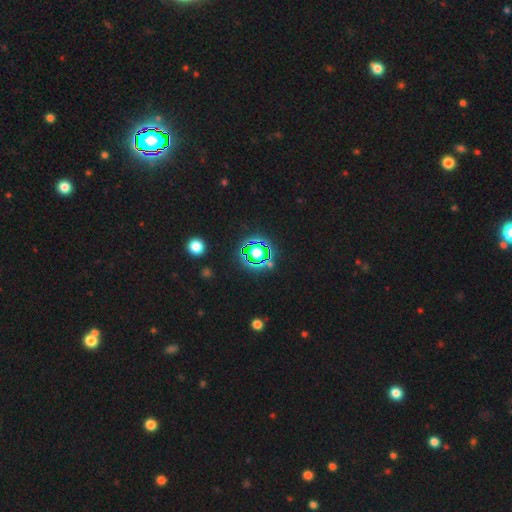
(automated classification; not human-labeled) smooth-or-featured: star or artifact: 60% | smooth: 27% | featured or disk: 13%